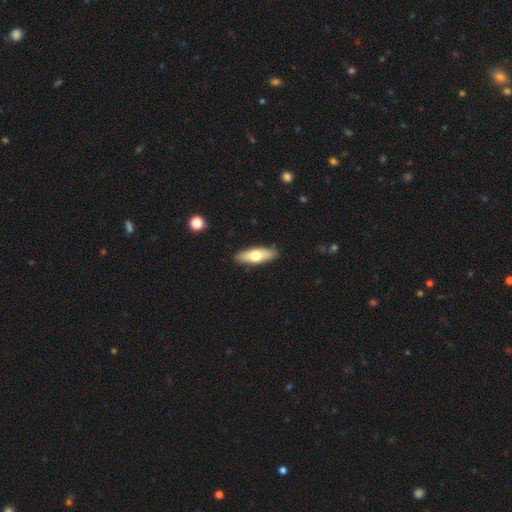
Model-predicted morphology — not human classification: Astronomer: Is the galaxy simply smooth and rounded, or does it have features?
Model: smooth — 60%.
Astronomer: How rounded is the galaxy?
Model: in between — 58% (runner-up: cigar-shaped, 40%).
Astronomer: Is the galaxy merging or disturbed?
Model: none — 88%.